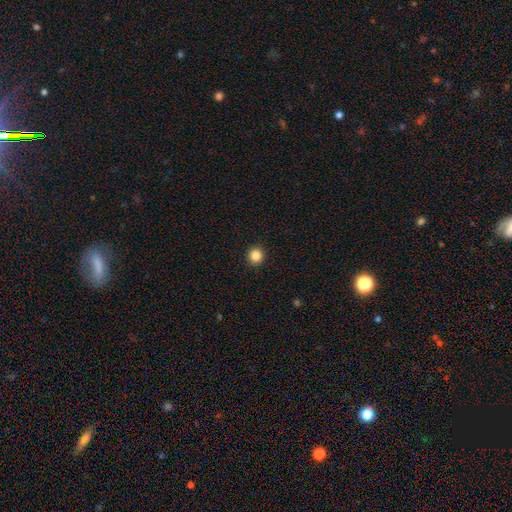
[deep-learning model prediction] smooth_or_featured: smooth (p=0.85) [alt: star or artifact p=0.11]
how_rounded: round (p=0.92) [alt: in between p=0.07]
merging: none (p=0.93) [alt: minor disturbance p=0.04]